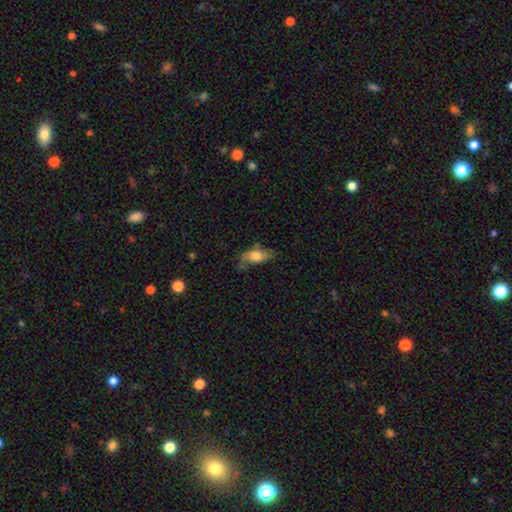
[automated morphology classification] Smooth or featured: smooth — 67% (featured or disk — 25%)
How rounded: in between — 81% (cigar-shaped — 14%)
Merging: none — 48% (minor disturbance — 32%)